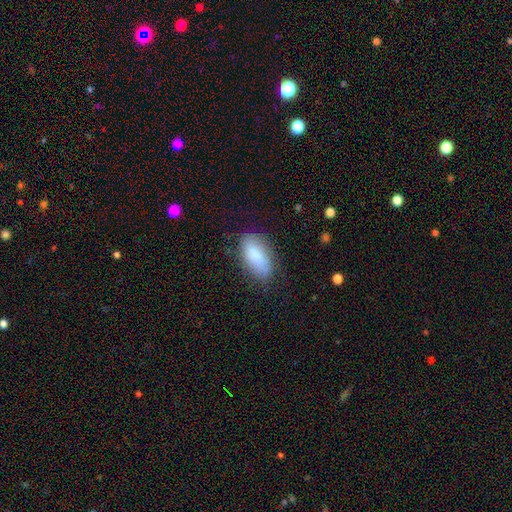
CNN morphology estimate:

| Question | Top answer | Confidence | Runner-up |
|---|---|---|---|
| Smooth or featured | smooth | 82% | featured or disk (12%) |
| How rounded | in between | 89% | cigar-shaped (8%) |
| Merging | none | 74% | minor disturbance (19%) |